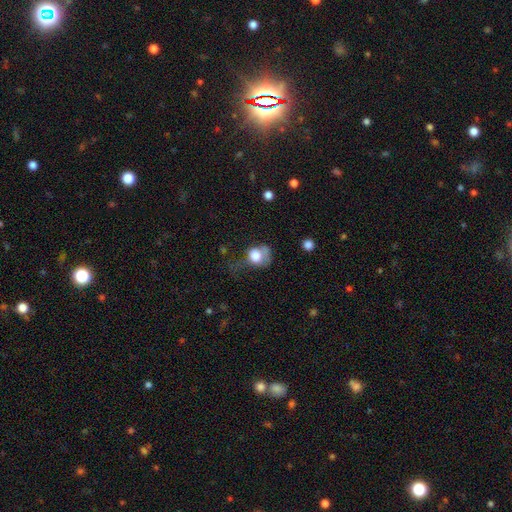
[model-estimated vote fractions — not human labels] This is likely a smooth galaxy (75%). How rounded: likely round (62%). Merging: marginally major disturbance (41%).